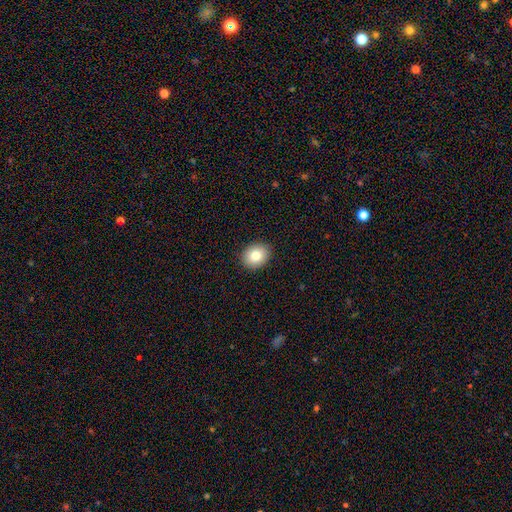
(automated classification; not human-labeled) Q: Smooth or featured?
A: smooth (81%); runner-up: featured or disk (10%)
Q: How rounded?
A: round (52%); runner-up: in between (47%)
Q: Merging?
A: none (90%); runner-up: minor disturbance (7%)